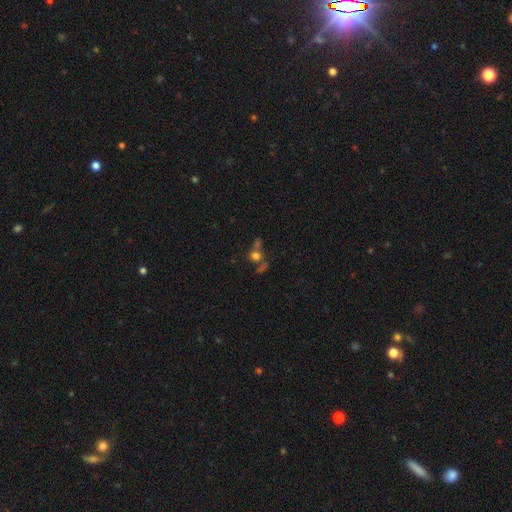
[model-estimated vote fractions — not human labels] A smooth galaxy with no disk features (59%) that is round (79%). Merging: none (40%).